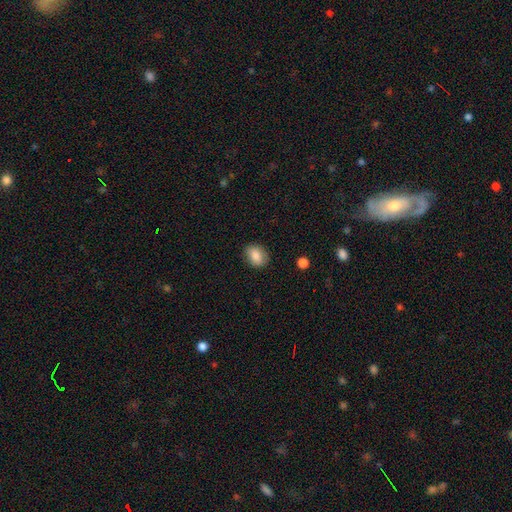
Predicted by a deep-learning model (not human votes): Q: Smooth or featured?
A: smooth (84%); runner-up: star or artifact (8%)
Q: How rounded?
A: in between (66%); runner-up: round (33%)
Q: Merging?
A: none (85%); runner-up: minor disturbance (11%)